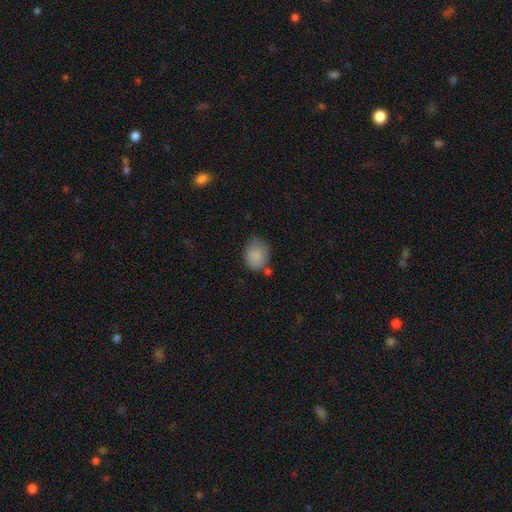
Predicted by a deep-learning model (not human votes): Smooth or featured? Predicted: smooth (p=0.85). How rounded? Predicted: round (p=0.53). Merging? Predicted: none (p=0.56).